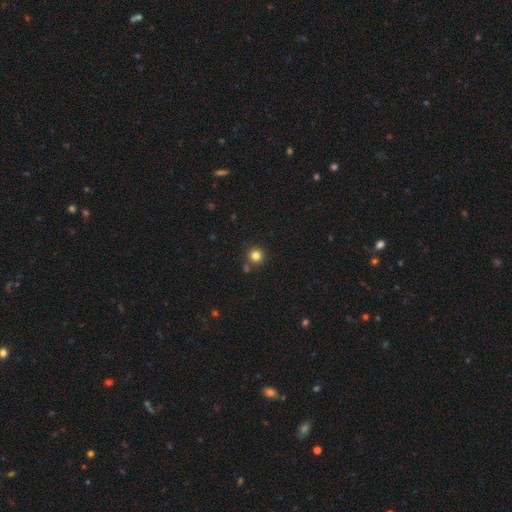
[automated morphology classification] Smooth or featured? smooth (82%)
How rounded? round (94%)
Merging? none (83%)